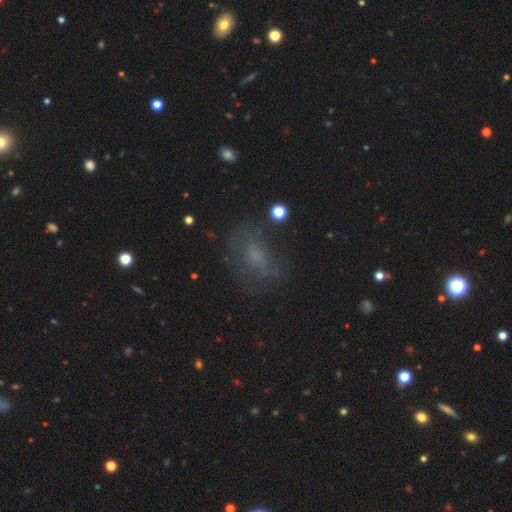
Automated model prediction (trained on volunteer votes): Smooth or featured?
  - smooth: 44% *
  - featured or disk: 32%
  - star or artifact: 23%
Merging?
  - none: 56% *
  - minor disturbance: 21%
  - major disturbance: 20%
  - merger: 3%